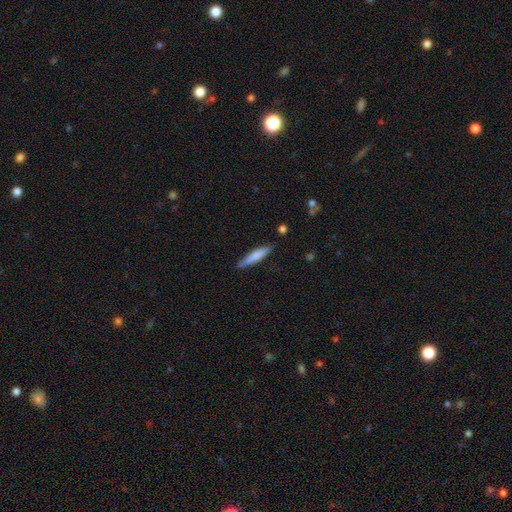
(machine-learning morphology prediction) Overall: smooth (75%). How rounded: cigar-shaped (90%). Merging: none (82%).